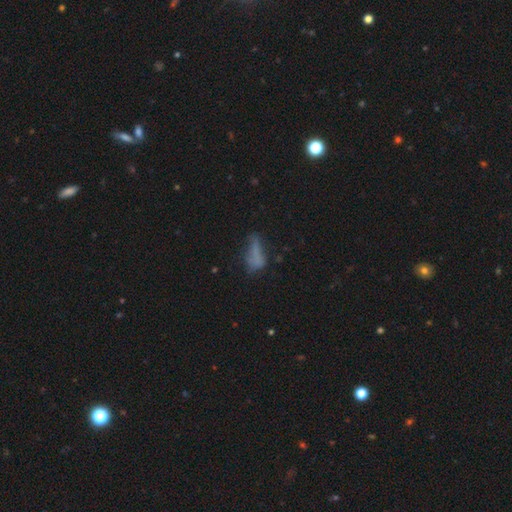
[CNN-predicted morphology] Smooth or featured? Predicted: smooth (p=0.59). How rounded? Predicted: in between (p=0.58). Merging? Predicted: none (p=0.35).